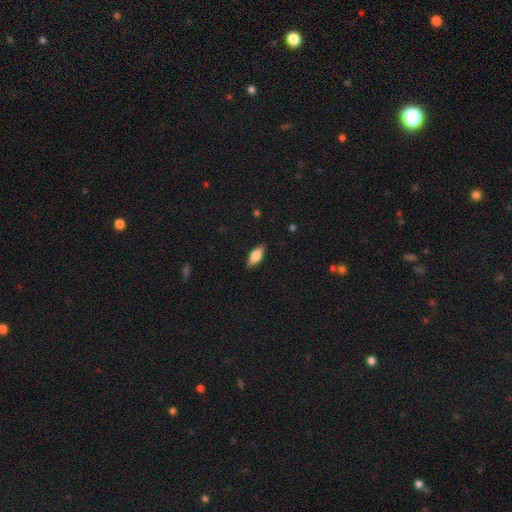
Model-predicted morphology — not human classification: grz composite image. It shows a smooth galaxy with no disk features (63%) that is in between round and cigar-shaped (70%). Merging: none (87%).